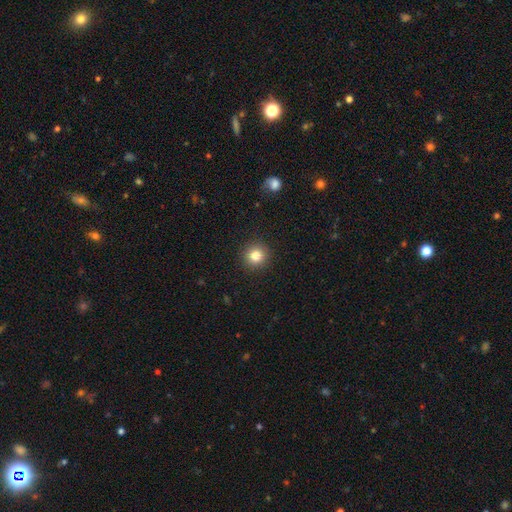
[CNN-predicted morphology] Smooth or featured? Predicted: smooth (p=0.82). How rounded? Predicted: round (p=0.94). Merging? Predicted: none (p=0.92).